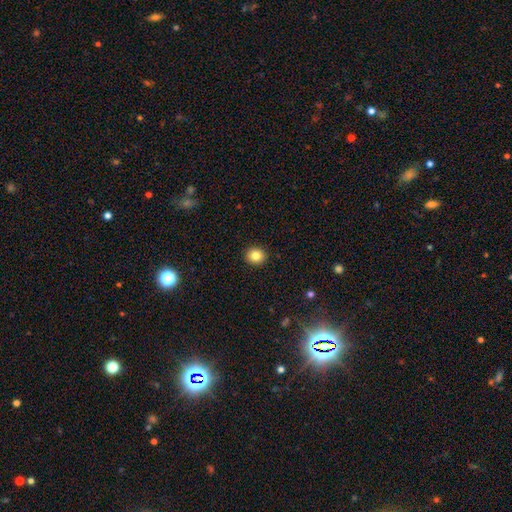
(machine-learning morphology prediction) Smooth or featured? Predicted: smooth (p=0.83). How rounded? Predicted: round (p=0.85). Merging? Predicted: none (p=0.93).